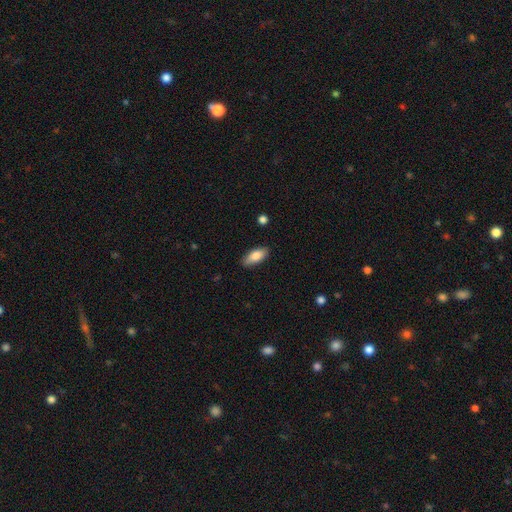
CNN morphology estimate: smooth_or_featured: smooth (p=0.81) [alt: featured or disk p=0.13]
how_rounded: in between (p=0.82) [alt: cigar-shaped p=0.16]
merging: none (p=0.85) [alt: minor disturbance p=0.11]